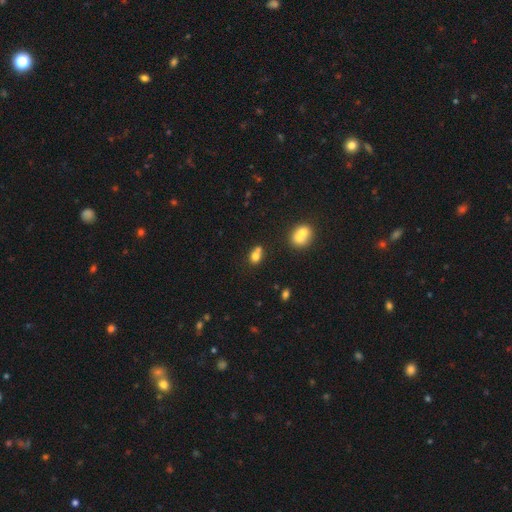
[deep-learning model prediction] Smooth or featured? Predicted: smooth (p=0.75). How rounded? Predicted: in between (p=0.59). Merging? Predicted: none (p=0.41).